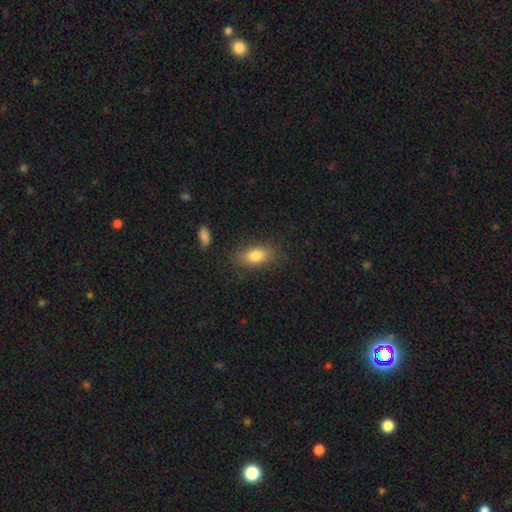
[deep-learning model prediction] Smooth or featured? Predicted: smooth (p=0.83). How rounded? Predicted: in between (p=0.87). Merging? Predicted: none (p=0.83).